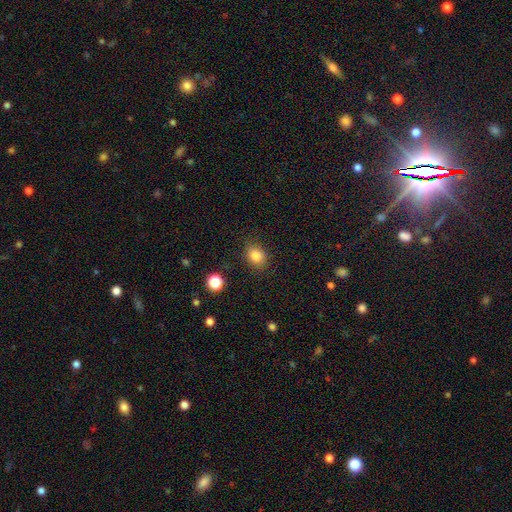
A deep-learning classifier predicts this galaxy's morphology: Smooth or featured? Predicted: smooth (p=0.83). How rounded? Predicted: in between (p=0.52). Merging? Predicted: none (p=0.82).